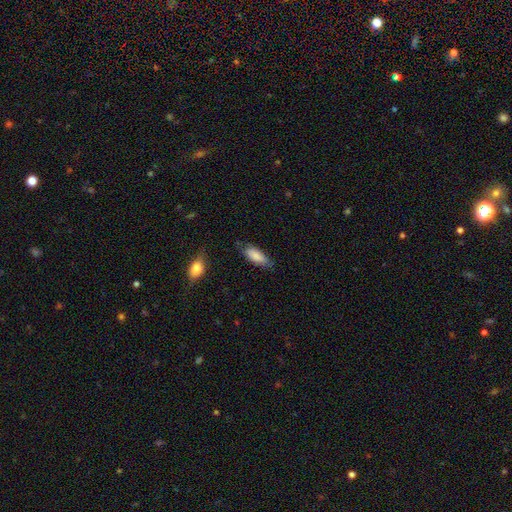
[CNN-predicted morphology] Smooth or featured: smooth — 86% (featured or disk — 8%)
How rounded: in between — 72% (cigar-shaped — 27%)
Merging: none — 69% (minor disturbance — 24%)